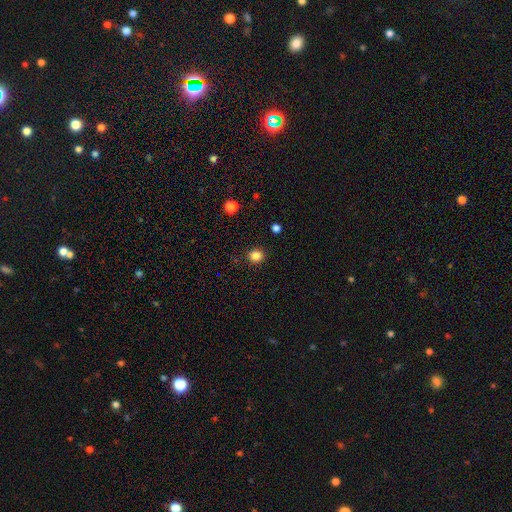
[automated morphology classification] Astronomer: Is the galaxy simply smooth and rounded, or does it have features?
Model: smooth — 84%.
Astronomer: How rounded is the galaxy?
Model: round — 82%.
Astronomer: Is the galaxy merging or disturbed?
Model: none — 90%.